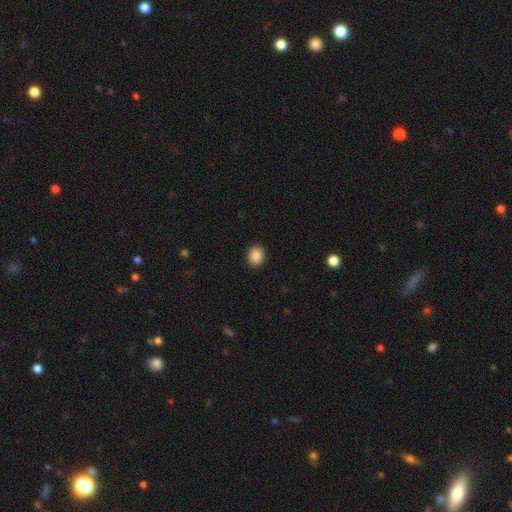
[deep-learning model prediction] A smooth galaxy with no disk features (87%) that is round (67%).

Vote fractions:
- Smooth or featured? smooth: 87% / star or artifact: 9% / featured or disk: 4%
- How rounded? round: 67% / in between: 32% / cigar-shaped: 1%
- Merging? none: 91% / minor disturbance: 6% / major disturbance: 2% / merger: 1%